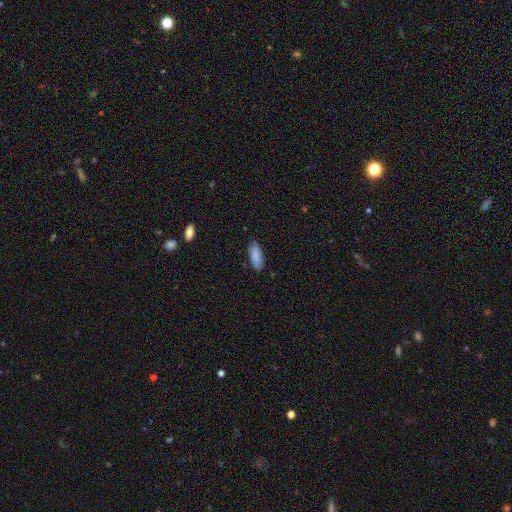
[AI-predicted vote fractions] Q: Smooth or featured?
A: smooth (87%); runner-up: featured or disk (7%)
Q: How rounded?
A: in between (79%); runner-up: cigar-shaped (20%)
Q: Merging?
A: none (84%); runner-up: minor disturbance (13%)